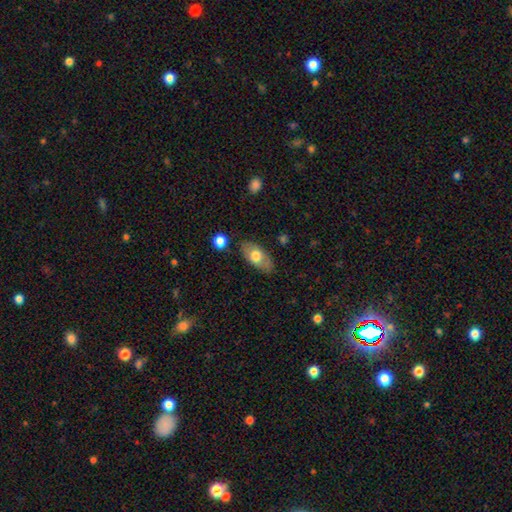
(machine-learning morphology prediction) Q: Smooth or featured?
A: smooth (67%); runner-up: featured or disk (27%)
Q: How rounded?
A: in between (91%); runner-up: cigar-shaped (5%)
Q: Merging?
A: none (80%); runner-up: minor disturbance (14%)